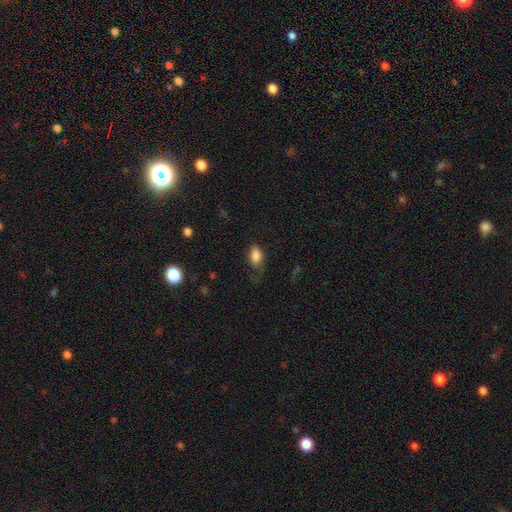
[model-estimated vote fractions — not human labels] Morphology: type=smooth (84%); roundness=in between (90%); merging=none (52%).